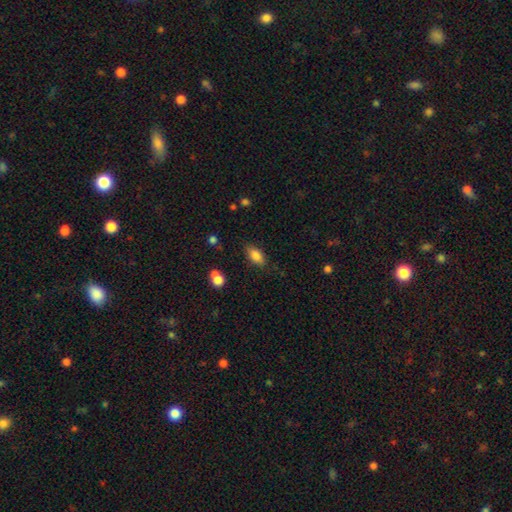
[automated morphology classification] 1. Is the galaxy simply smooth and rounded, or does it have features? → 82% smooth, 9% featured or disk, 8% star or artifact.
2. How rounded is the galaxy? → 87% in between, 7% cigar-shaped, 5% round.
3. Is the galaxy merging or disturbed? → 81% none, 13% minor disturbance, 3% major disturbance, 3% merger.